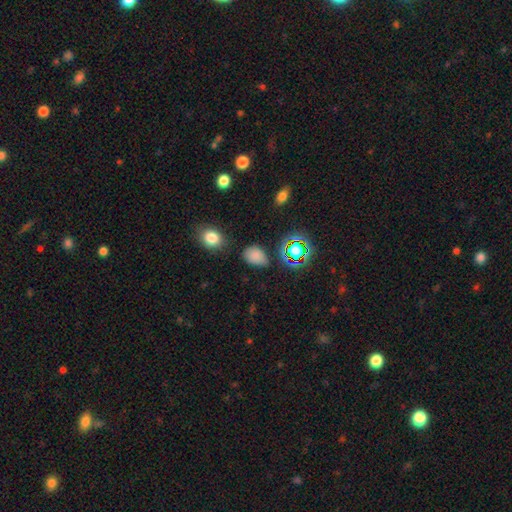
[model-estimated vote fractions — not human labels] This appears to be a smooth galaxy with no disk features (75%) that is in between round and cigar-shaped (76%). Merging: none (70%).